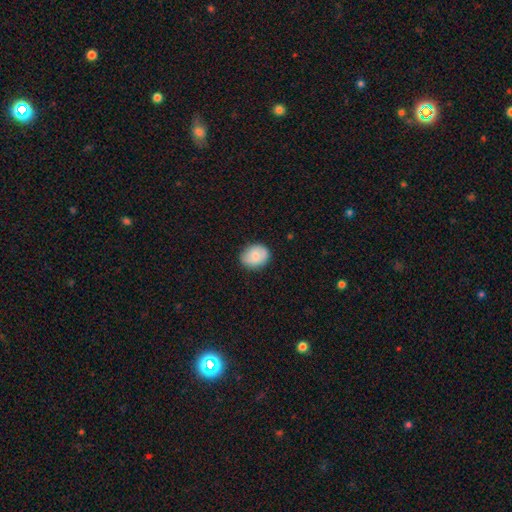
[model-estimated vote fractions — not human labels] The model was most divided on "how rounded": round: 54%, in between: 45%, cigar-shaped: 1%. More confident: merging — none (80%); smooth or featured — smooth (74%).